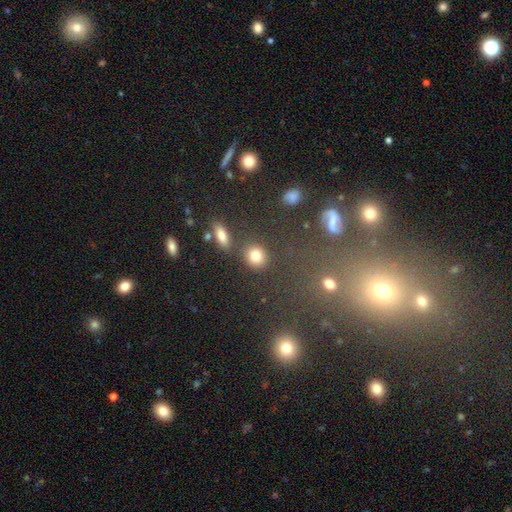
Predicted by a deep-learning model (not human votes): Smooth or featured: smooth — 82% (star or artifact — 12%)
How rounded: round — 73% (in between — 25%)
Merging: none — 76% (minor disturbance — 10%)